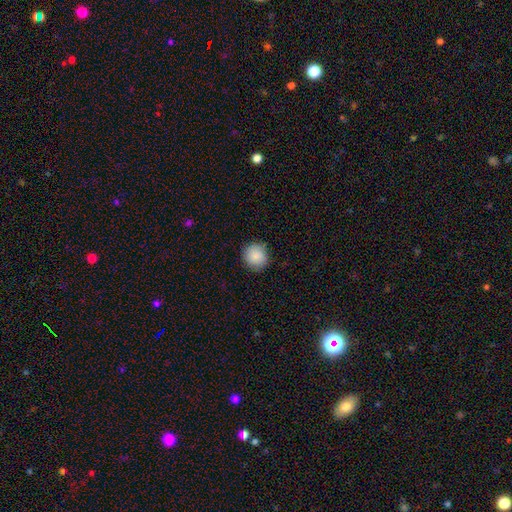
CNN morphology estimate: A smooth galaxy with no disk features (88%) that is round (90%).

Vote fractions:
- Smooth or featured? smooth: 88% / star or artifact: 8% / featured or disk: 4%
- How rounded? round: 90% / in between: 9% / cigar-shaped: 1%
- Merging? none: 86% / minor disturbance: 11% / major disturbance: 2% / merger: 1%